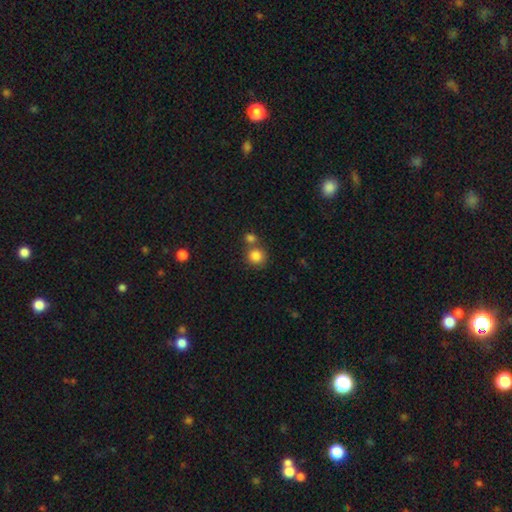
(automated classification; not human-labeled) Morphology: type=smooth (83%); roundness=round (90%); merging=none (61%).